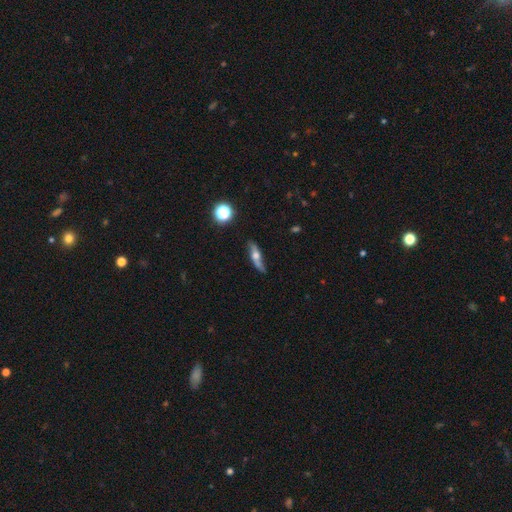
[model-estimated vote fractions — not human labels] smooth_or_featured: featured or disk (p=0.56) [alt: smooth p=0.36]
disk_edge_on: yes (p=0.70) [alt: no p=0.30]
merging: none (p=0.73) [alt: minor disturbance p=0.20]